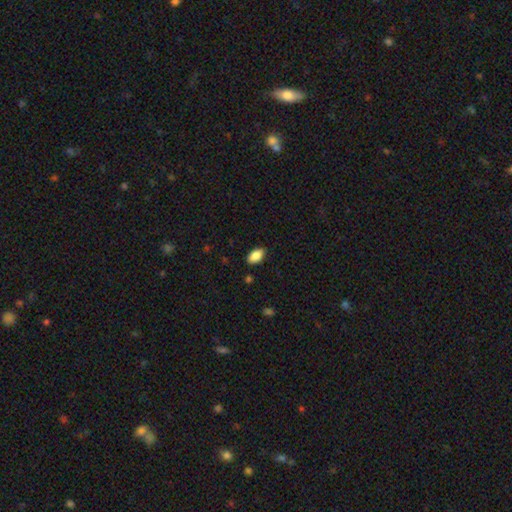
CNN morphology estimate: Overall: smooth (87%). How rounded: in between (93%). Merging: none (85%).